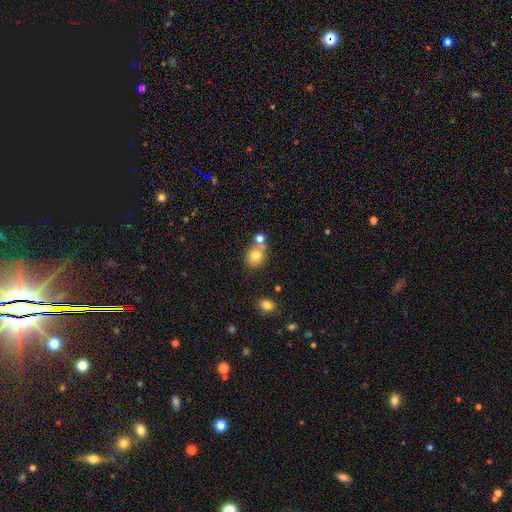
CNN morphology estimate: Q: Smooth or featured?
A: smooth (76%); runner-up: featured or disk (13%)
Q: How rounded?
A: round (73%); runner-up: in between (26%)
Q: Merging?
A: none (57%); runner-up: merger (28%)